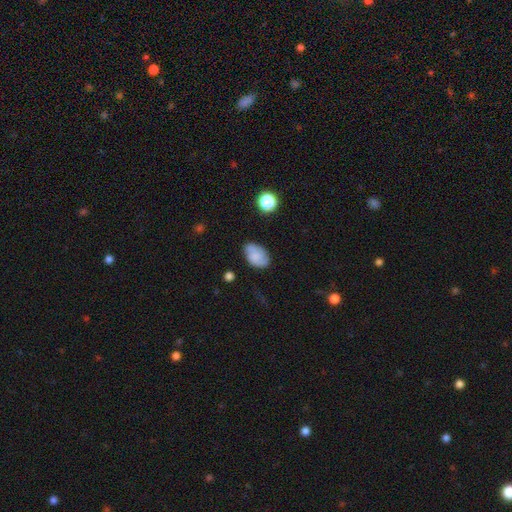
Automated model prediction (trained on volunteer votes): Smooth or featured?
  - smooth: 63% *
  - featured or disk: 28%
  - star or artifact: 10%
How rounded?
  - in between: 86% *
  - round: 12%
  - cigar-shaped: 1%
Merging?
  - none: 71% *
  - minor disturbance: 21%
  - major disturbance: 5%
  - merger: 2%